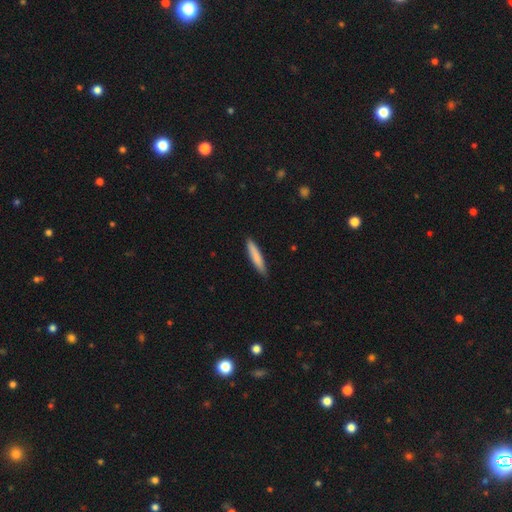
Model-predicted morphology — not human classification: Q: Smooth or featured?
A: smooth (82%); runner-up: featured or disk (12%)
Q: How rounded?
A: cigar-shaped (90%); runner-up: in between (8%)
Q: Merging?
A: none (86%); runner-up: minor disturbance (11%)